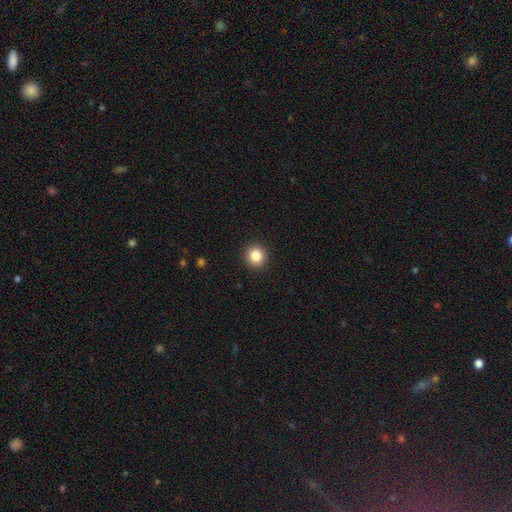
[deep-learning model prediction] This is clearly a smooth galaxy (85%). How rounded: clearly round (90%). Merging: clearly none (92%).